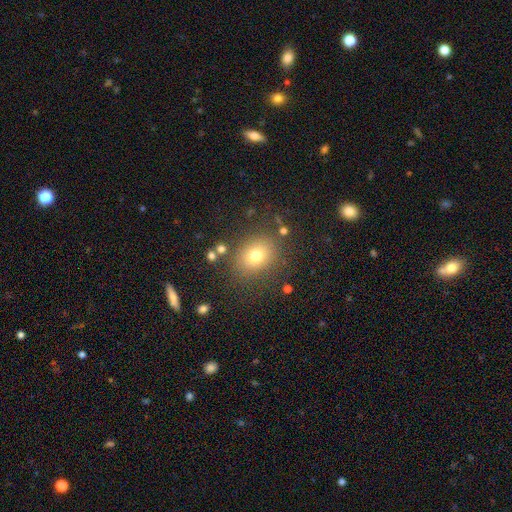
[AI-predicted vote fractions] A smooth galaxy with no disk features (73%) that is round (56%). Merging: none (82%).